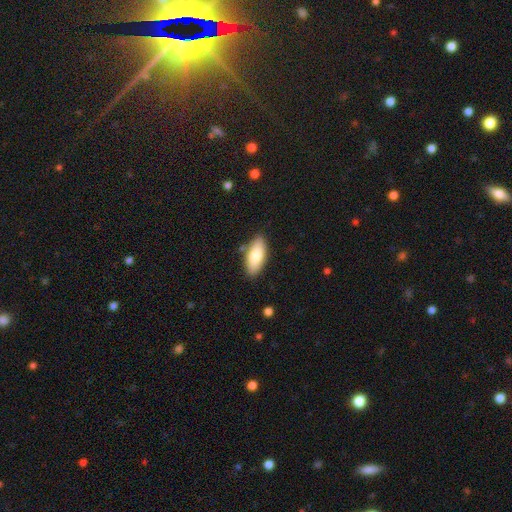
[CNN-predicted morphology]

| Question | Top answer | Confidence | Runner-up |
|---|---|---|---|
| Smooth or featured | smooth | 80% | featured or disk (14%) |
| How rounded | in between | 86% | cigar-shaped (12%) |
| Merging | none | 84% | minor disturbance (11%) |